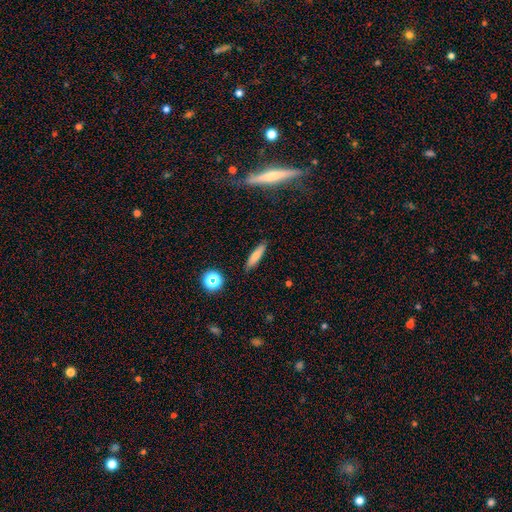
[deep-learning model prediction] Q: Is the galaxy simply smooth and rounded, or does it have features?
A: smooth — 73%.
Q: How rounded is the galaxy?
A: cigar-shaped — 74%.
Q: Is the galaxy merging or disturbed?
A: none — 87%.